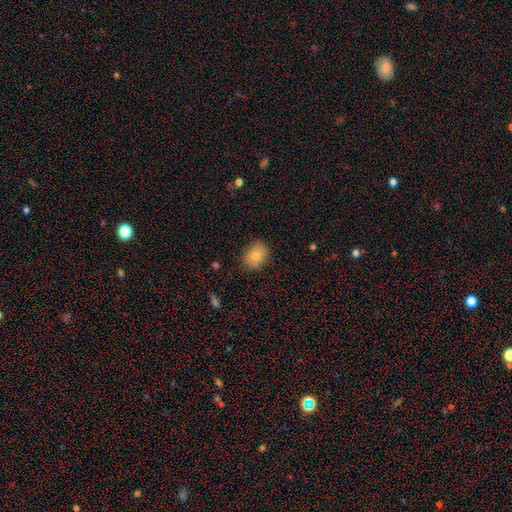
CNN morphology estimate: Smooth or featured? smooth (76%)
How rounded? in between (52%)
Merging? none (85%)